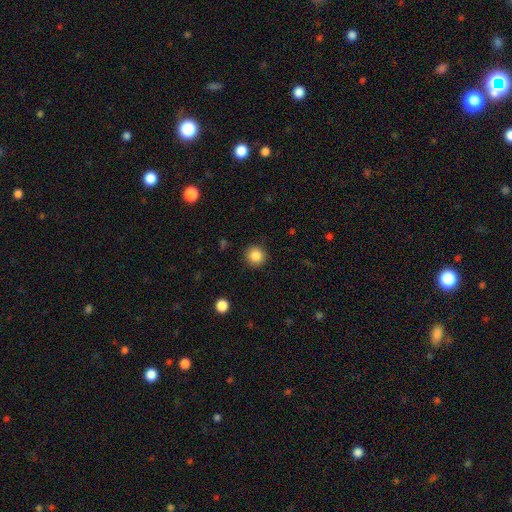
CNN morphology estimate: Smooth or featured?
  - smooth: 86% *
  - star or artifact: 10%
  - featured or disk: 4%
How rounded?
  - round: 95% *
  - in between: 4%
  - cigar-shaped: 1%
Merging?
  - none: 91% *
  - minor disturbance: 6%
  - major disturbance: 2%
  - merger: 1%